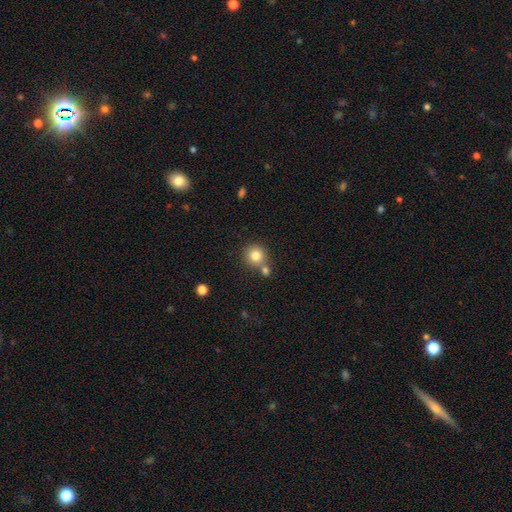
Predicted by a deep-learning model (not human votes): smooth 81%, star or artifact 11%, featured or disk 8%. Down the decision tree: how rounded — round (92%); merging — none (66%).